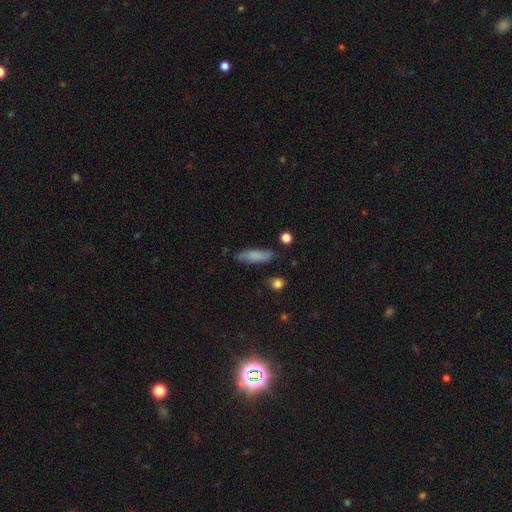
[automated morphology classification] This appears to be a smooth galaxy with no disk features (78%) that is cigar-shaped (50%). Merging: none (80%).